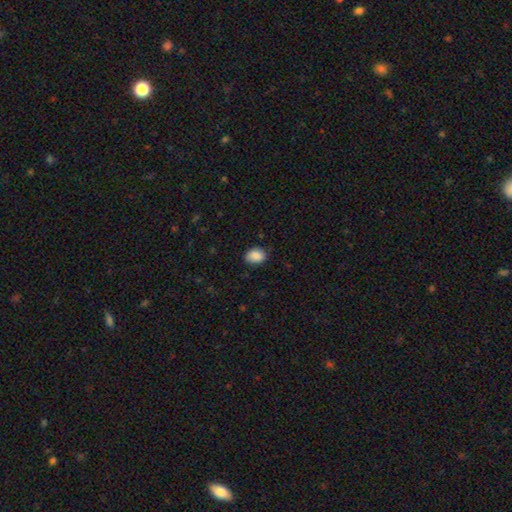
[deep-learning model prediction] smooth_or_featured: smooth (p=0.88) [alt: star or artifact p=0.08]
how_rounded: in between (p=0.66) [alt: round p=0.33]
merging: none (p=0.80) [alt: minor disturbance p=0.15]